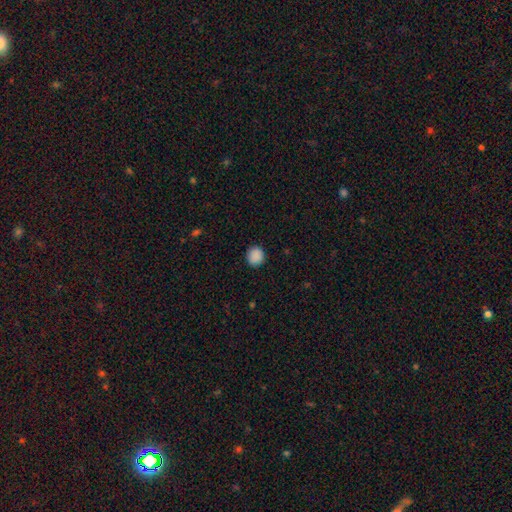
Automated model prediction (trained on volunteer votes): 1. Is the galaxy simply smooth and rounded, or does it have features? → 89% smooth, 9% star or artifact, 2% featured or disk.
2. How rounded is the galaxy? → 84% round, 15% in between, 1% cigar-shaped.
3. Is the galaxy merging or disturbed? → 90% none, 7% minor disturbance, 2% major disturbance, 1% merger.